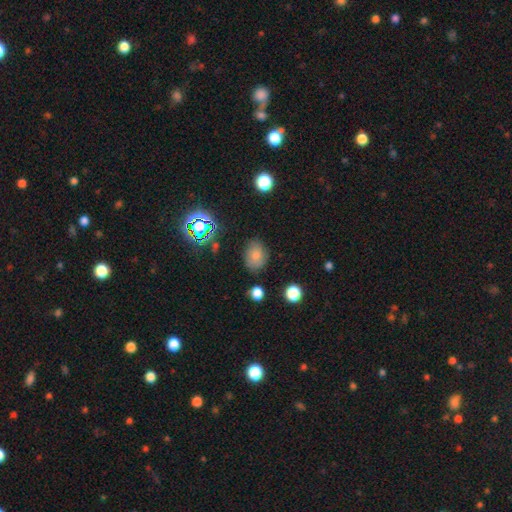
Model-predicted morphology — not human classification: smooth_or_featured: smooth (p=0.77) [alt: star or artifact p=0.14]
how_rounded: in between (p=0.71) [alt: round p=0.28]
merging: none (p=0.78) [alt: minor disturbance p=0.15]